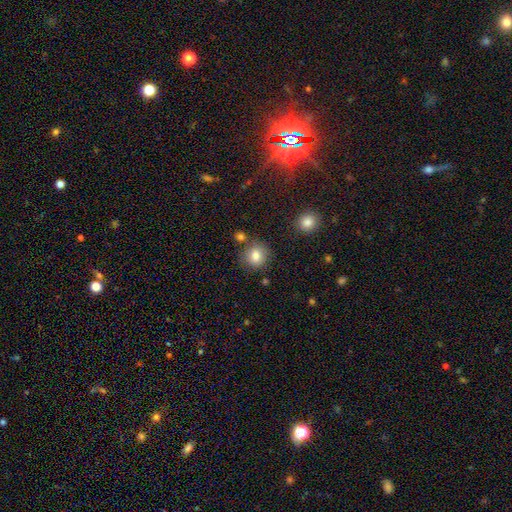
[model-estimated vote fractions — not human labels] This is clearly a smooth galaxy (81%). How rounded: clearly round (86%). Merging: likely none (79%).